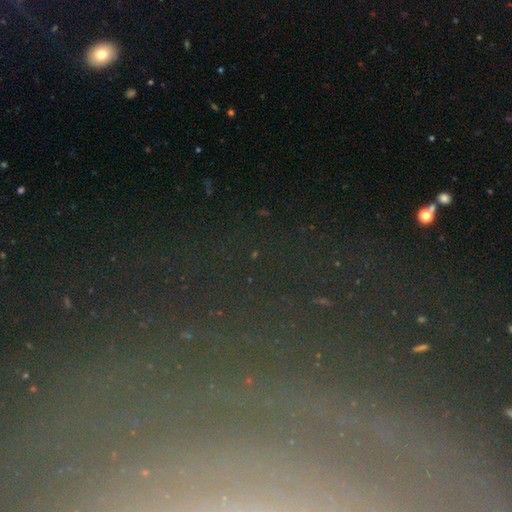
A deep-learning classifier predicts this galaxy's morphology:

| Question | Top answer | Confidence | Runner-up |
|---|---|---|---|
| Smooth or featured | star or artifact | 44% | featured or disk (38%) |